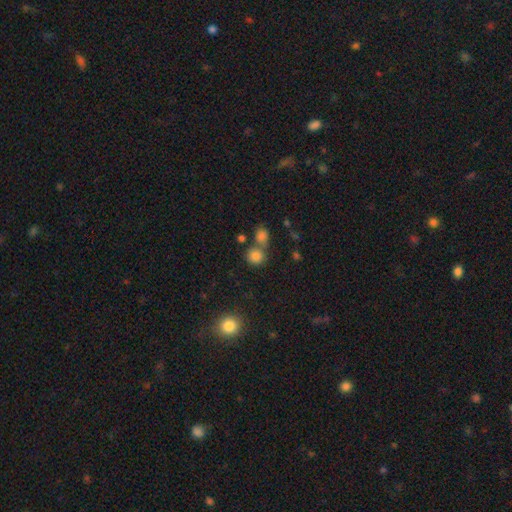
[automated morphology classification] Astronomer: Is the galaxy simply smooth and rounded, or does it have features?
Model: smooth — 81%.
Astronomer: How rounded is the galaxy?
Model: round — 86%.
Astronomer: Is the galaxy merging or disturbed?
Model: none — 54% (runner-up: merger, 35%).